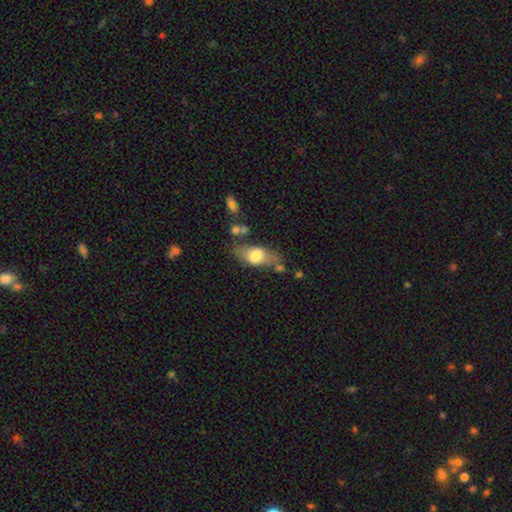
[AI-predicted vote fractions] A smooth galaxy with no disk features (62%) that is in between round and cigar-shaped (79%).

Vote fractions:
- Smooth or featured? smooth: 62% / featured or disk: 31% / star or artifact: 7%
- How rounded? in between: 79% / cigar-shaped: 15% / round: 5%
- Merging? none: 59% / minor disturbance: 21% / merger: 11% / major disturbance: 9%